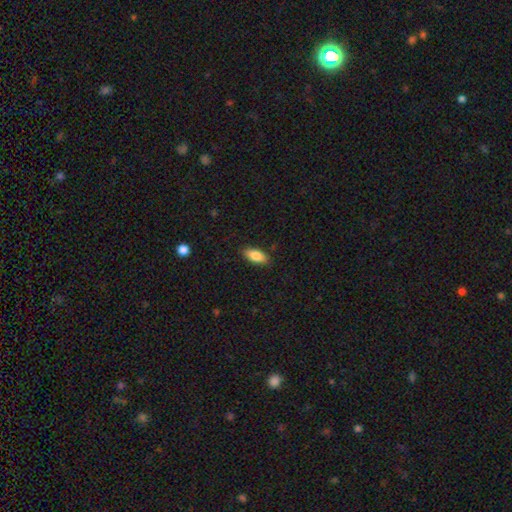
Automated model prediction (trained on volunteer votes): The model was most divided on "smooth or featured": smooth: 84%, featured or disk: 10%, star or artifact: 7%. More confident: merging — none (87%); how rounded — in between (86%).